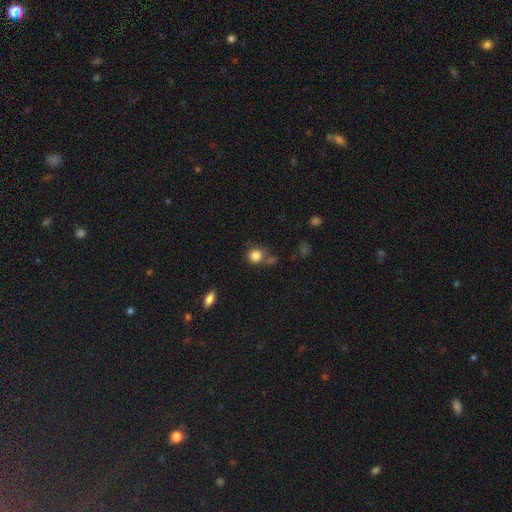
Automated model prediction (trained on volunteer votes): A smooth galaxy with no disk features (83%) that is round (85%).

Vote fractions:
- Smooth or featured? smooth: 83% / star or artifact: 11% / featured or disk: 6%
- How rounded? round: 85% / in between: 14% / cigar-shaped: 1%
- Merging? none: 63% / minor disturbance: 16% / merger: 15% / major disturbance: 6%